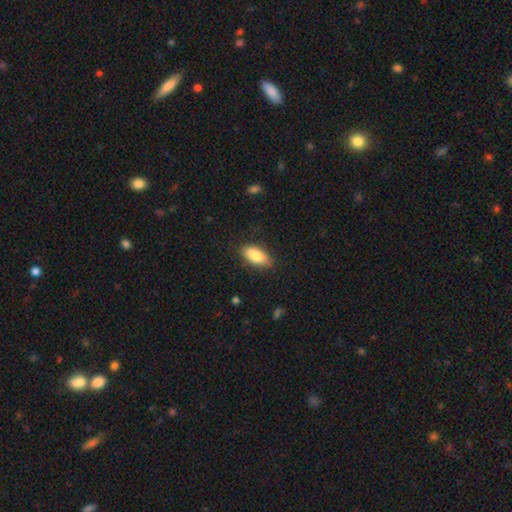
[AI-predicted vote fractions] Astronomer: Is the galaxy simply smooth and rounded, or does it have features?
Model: smooth — 83%.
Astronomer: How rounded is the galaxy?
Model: in between — 90%.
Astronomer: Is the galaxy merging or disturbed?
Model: none — 82%.